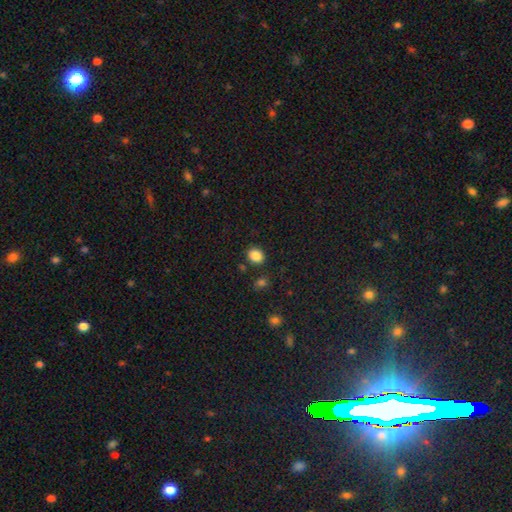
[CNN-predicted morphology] A smooth galaxy with no disk features (86%) that is round (59%). Merging: none (84%).